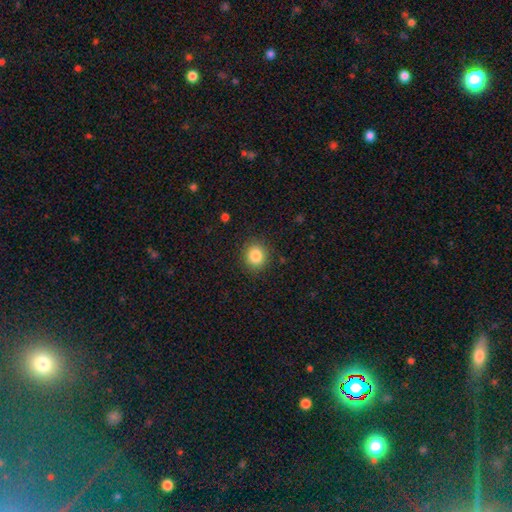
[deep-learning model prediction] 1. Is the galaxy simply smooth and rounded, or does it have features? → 85% smooth, 10% star or artifact, 5% featured or disk.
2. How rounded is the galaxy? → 85% round, 15% in between, 1% cigar-shaped.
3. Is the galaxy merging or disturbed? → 89% none, 7% minor disturbance, 3% major disturbance, 1% merger.